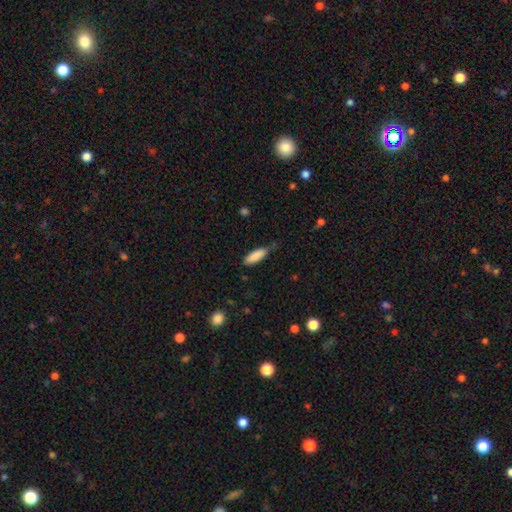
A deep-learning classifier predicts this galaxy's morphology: Smooth or featured?
  - smooth: 87% *
  - featured or disk: 7%
  - star or artifact: 6%
How rounded?
  - in between: 56% *
  - cigar-shaped: 43%
  - round: 2%
Merging?
  - none: 70% *
  - minor disturbance: 24%
  - major disturbance: 4%
  - merger: 2%